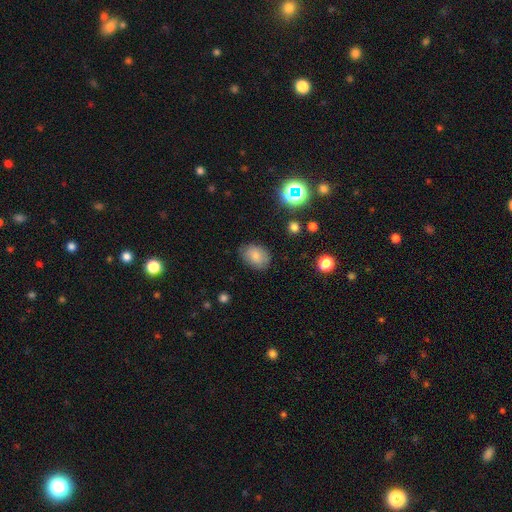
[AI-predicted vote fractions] Smooth or featured? smooth (80%)
How rounded? in between (72%)
Merging? none (79%)